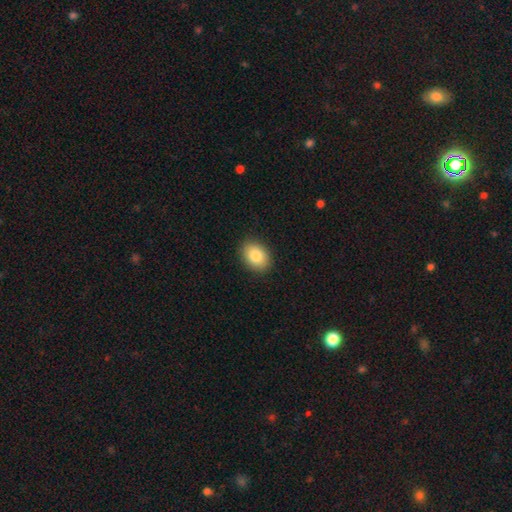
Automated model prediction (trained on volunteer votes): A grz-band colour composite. It shows a smooth galaxy with no disk features (85%) that is in between round and cigar-shaped (66%). Merging: none (90%).